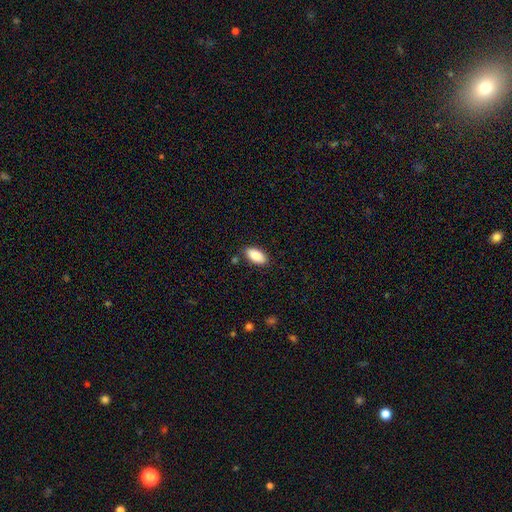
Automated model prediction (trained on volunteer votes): smooth-or-featured: smooth: 85% | featured or disk: 8% | star or artifact: 7%
  how-rounded: in between: 93% | cigar-shaped: 5% | round: 3%
  merging: none: 85% | minor disturbance: 10% | merger: 2% | major disturbance: 2%